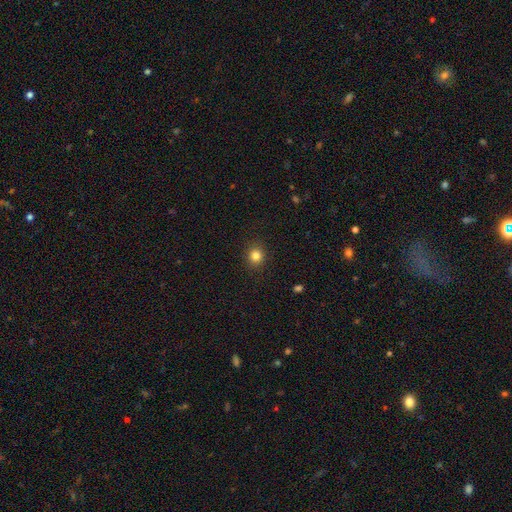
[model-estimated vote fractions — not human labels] A smooth galaxy with no disk features (83%) that is round (80%). Merging: none (90%).